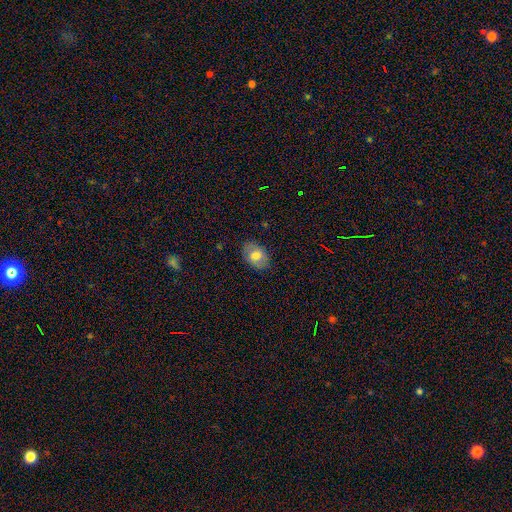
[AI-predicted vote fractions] Smooth or featured?
  - smooth: 73% *
  - featured or disk: 20%
  - star or artifact: 7%
How rounded?
  - in between: 80% *
  - round: 18%
  - cigar-shaped: 1%
Merging?
  - none: 83% *
  - minor disturbance: 13%
  - major disturbance: 3%
  - merger: 1%